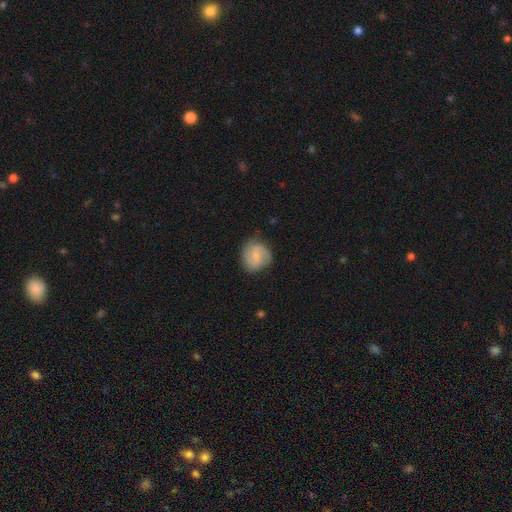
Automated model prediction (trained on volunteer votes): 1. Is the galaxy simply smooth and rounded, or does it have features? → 57% smooth, 36% featured or disk, 7% star or artifact.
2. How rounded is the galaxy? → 82% round, 17% in between, 1% cigar-shaped.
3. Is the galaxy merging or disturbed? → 75% none, 19% minor disturbance, 5% major disturbance, 1% merger.